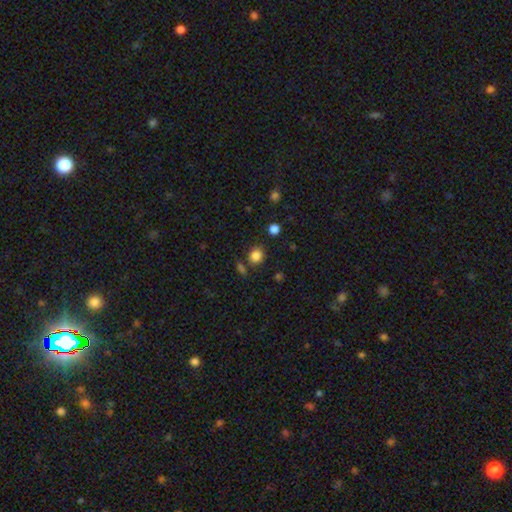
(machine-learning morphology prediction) Smooth or featured? Predicted: smooth (p=0.84). How rounded? Predicted: round (p=0.83). Merging? Predicted: none (p=0.80).